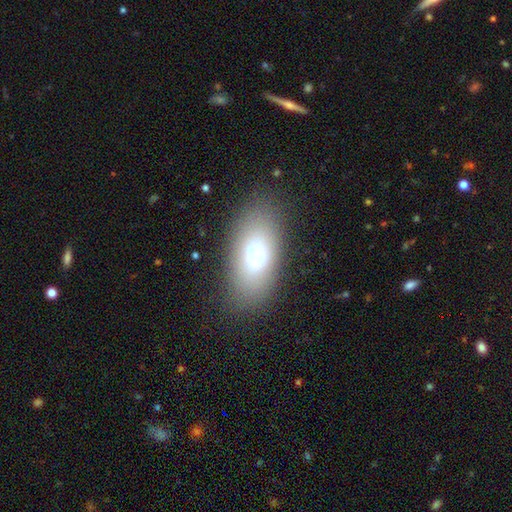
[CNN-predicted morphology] Smooth or featured? smooth (64%)
How rounded? in between (87%)
Merging? none (78%)